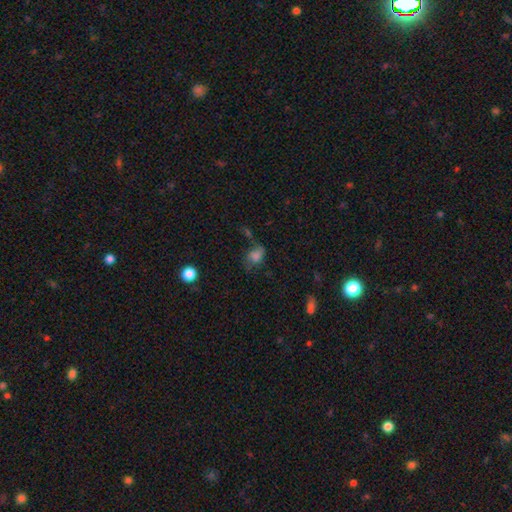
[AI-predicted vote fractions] Overall: smooth (67%). How rounded: in between (73%). Merging: none (37%; minor disturbance 27%).